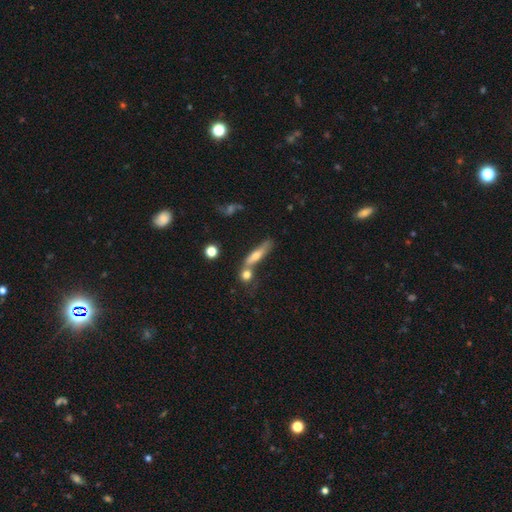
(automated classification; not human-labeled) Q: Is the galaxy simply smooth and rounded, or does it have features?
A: smooth — 51%.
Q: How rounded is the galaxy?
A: cigar-shaped — 74%.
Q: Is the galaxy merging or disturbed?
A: none — 49%.